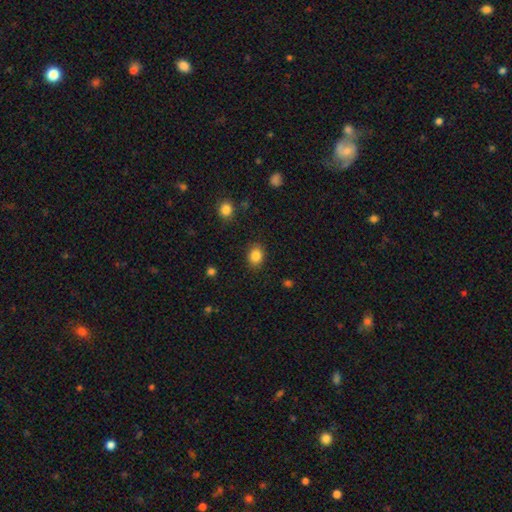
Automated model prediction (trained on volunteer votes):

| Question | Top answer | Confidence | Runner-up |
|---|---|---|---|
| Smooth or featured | smooth | 85% | star or artifact (10%) |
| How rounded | in between | 50% | round (49%) |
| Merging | none | 87% | minor disturbance (9%) |